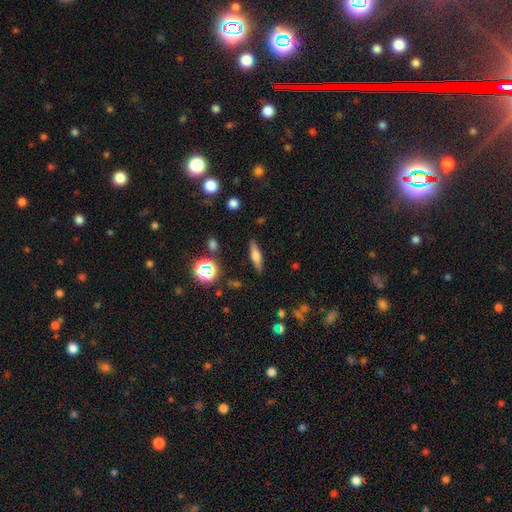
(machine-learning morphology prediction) This appears to be a smooth galaxy with no disk features (54%) that is cigar-shaped (63%). Merging: none (86%).